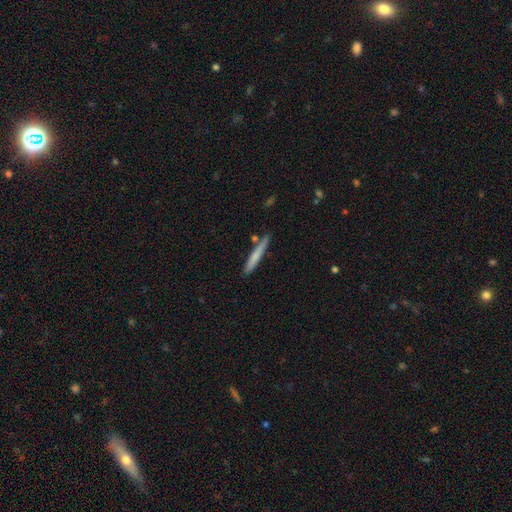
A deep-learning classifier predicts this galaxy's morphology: This appears to be a smooth galaxy with no disk features (68%) that is cigar-shaped (95%). Merging: none (81%).